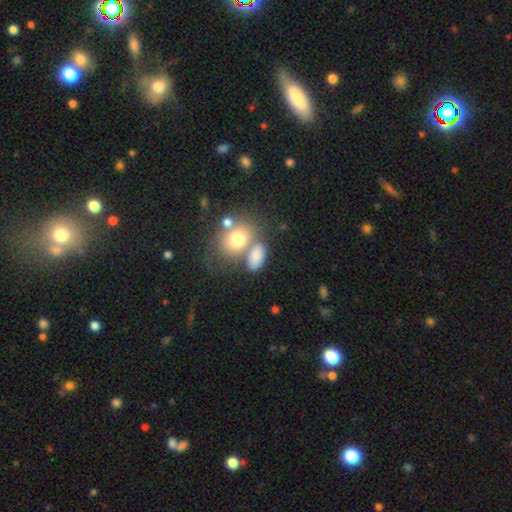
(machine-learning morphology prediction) Q: Smooth or featured?
A: smooth (78%); runner-up: featured or disk (12%)
Q: How rounded?
A: in between (79%); runner-up: round (18%)
Q: Merging?
A: none (44%); runner-up: merger (33%)